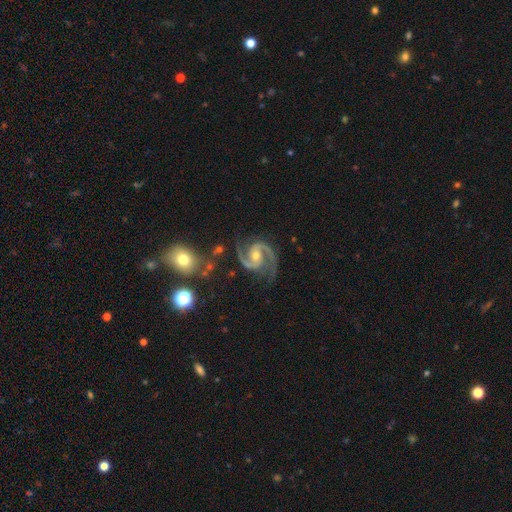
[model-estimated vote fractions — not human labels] A featured or disk galaxy (94%) with no bar (50%), 2 (94%) medium (67%) spiral arms (99%) and a moderate central bulge (54%). Merging: none (77%).